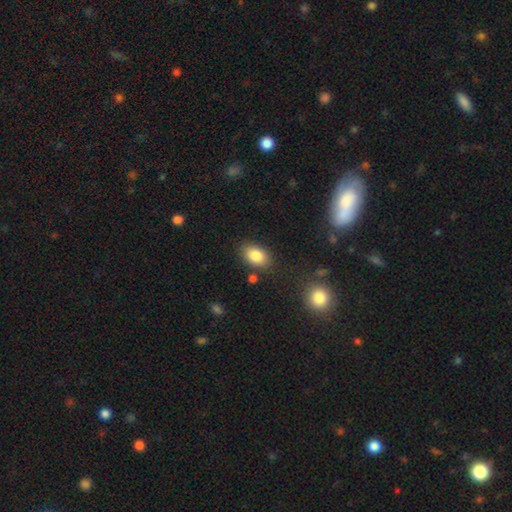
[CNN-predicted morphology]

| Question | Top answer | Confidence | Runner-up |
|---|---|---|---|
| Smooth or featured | smooth | 84% | star or artifact (8%) |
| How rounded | in between | 87% | round (12%) |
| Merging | none | 82% | minor disturbance (12%) |